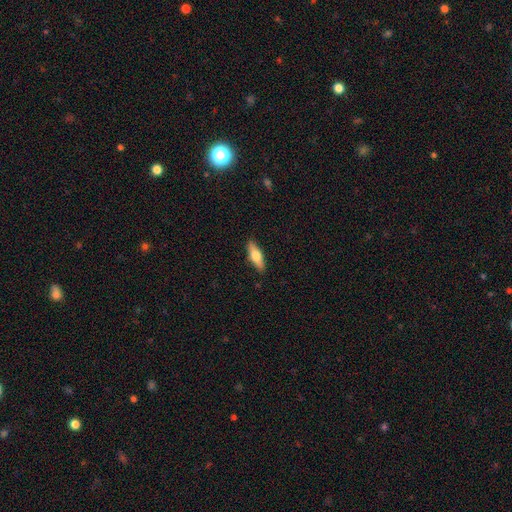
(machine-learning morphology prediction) The model was most divided on "how rounded": in between: 51%, cigar-shaped: 47%, round: 3%. More confident: merging — none (88%); smooth or featured — smooth (60%).